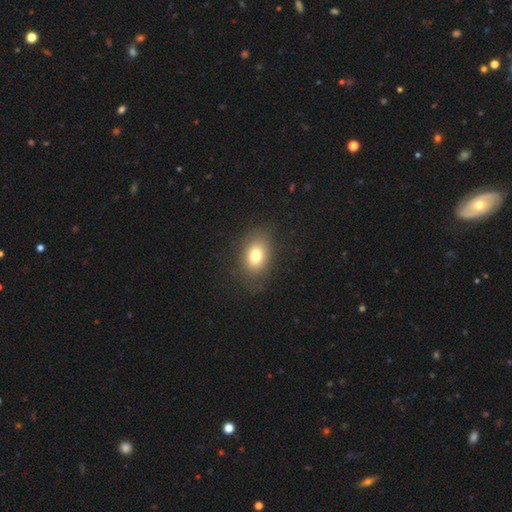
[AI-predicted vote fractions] Smooth or featured: smooth — 76% (featured or disk — 13%)
How rounded: in between — 76% (round — 23%)
Merging: none — 81% (minor disturbance — 13%)